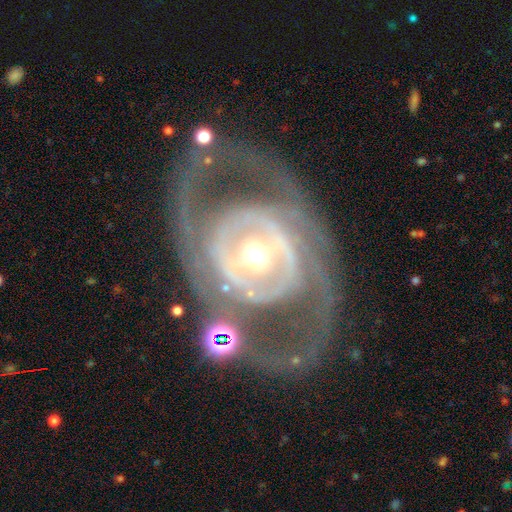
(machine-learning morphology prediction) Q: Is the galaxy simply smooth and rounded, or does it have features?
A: featured or disk — 84%.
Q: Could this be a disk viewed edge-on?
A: no — 94%.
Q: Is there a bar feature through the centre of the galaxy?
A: no — 48%.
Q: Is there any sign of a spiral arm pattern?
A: yes — 65%.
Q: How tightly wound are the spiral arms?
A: tight — 48%.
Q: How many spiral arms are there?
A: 2 — 56%.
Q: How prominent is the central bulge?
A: moderate — 61%.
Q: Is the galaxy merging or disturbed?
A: none — 65%.